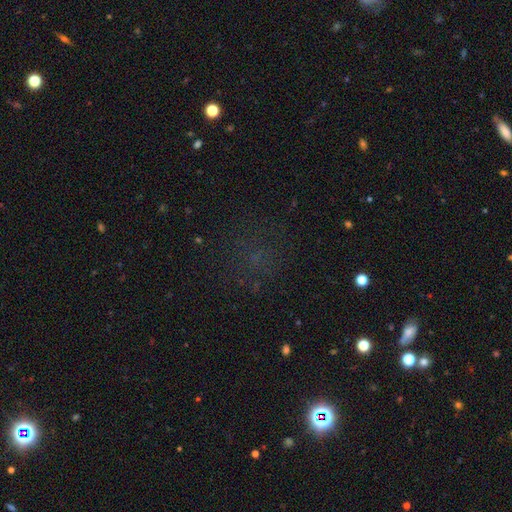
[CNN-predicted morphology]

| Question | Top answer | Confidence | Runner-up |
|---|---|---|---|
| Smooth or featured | star or artifact | 55% | smooth (32%) |